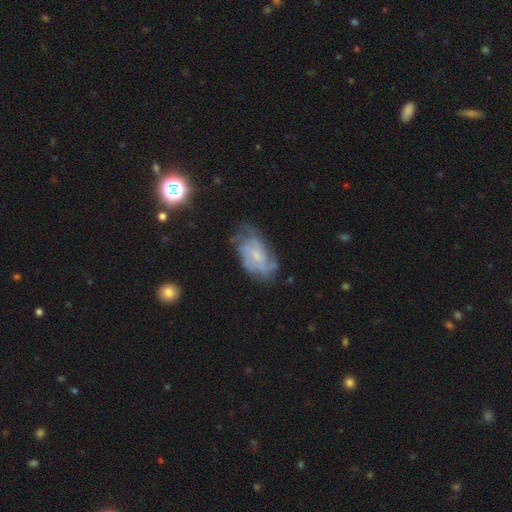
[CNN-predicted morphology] smooth-or-featured: featured or disk: 71% | smooth: 21% | star or artifact: 8%
  disk-edge-on: no: 96% | yes: 4%
    bar: no: 55% | weak: 39% | strong: 6%
    has-spiral-arms: yes: 85% | no: 15%
      spiral-winding: tight: 42% | medium: 41% | loose: 17%
      spiral-arm-count: can't tell: 43% | 2: 20% | 3: 17% | 4: 10% | 1: 5% | more than 4: 4%
    bulge-size: small: 61% | moderate: 22% | none: 15% | large: 2% | dominant: 1%
  merging: none: 56% | minor disturbance: 27% | major disturbance: 15% | merger: 2%